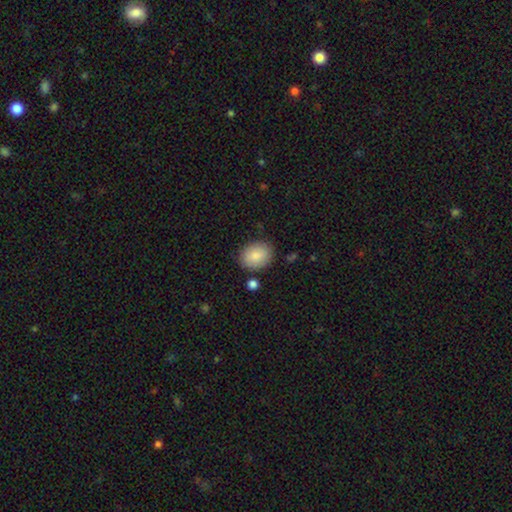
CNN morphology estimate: smooth-or-featured: smooth: 85% | featured or disk: 8% | star or artifact: 7%
  how-rounded: in between: 61% | round: 38% | cigar-shaped: 1%
  merging: none: 83% | minor disturbance: 11% | merger: 3% | major disturbance: 3%